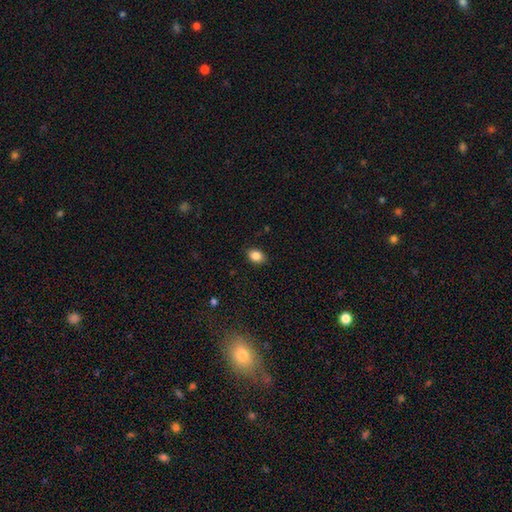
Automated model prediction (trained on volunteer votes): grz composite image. It shows a smooth galaxy with no disk features (86%) that is in between round and cigar-shaped (73%). Merging: none (87%).